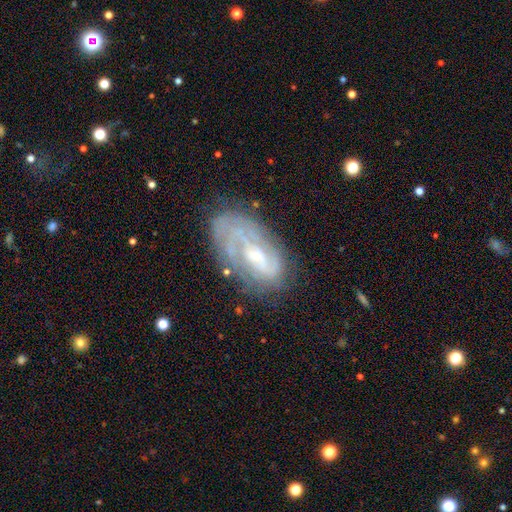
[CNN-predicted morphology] Smooth or featured?
  - featured or disk: 75% *
  - smooth: 17%
  - star or artifact: 8%
Edge-on disk?
  - no: 94% *
  - yes: 6%
Bar?
  - no: 43% *
  - weak: 42%
  - strong: 14%
Spiral arms?
  - yes: 82% *
  - no: 18%
Spiral winding?
  - tight: 60% *
  - medium: 29%
  - loose: 11%
Spiral arm count?
  - can't tell: 47% *
  - 2: 26%
  - 3: 10%
  - 1: 8%
  - 4: 5%
  - more than 4: 4%
Bulge size?
  - small: 51% *
  - moderate: 38%
  - none: 7%
  - large: 3%
  - dominant: 1%
Merging?
  - none: 64% *
  - minor disturbance: 22%
  - major disturbance: 11%
  - merger: 3%